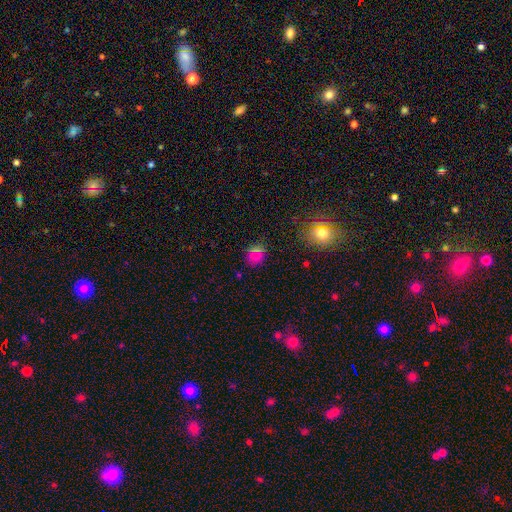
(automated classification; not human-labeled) Morphology: type=smooth (68%); roundness=round (69%); merging=none (85%).